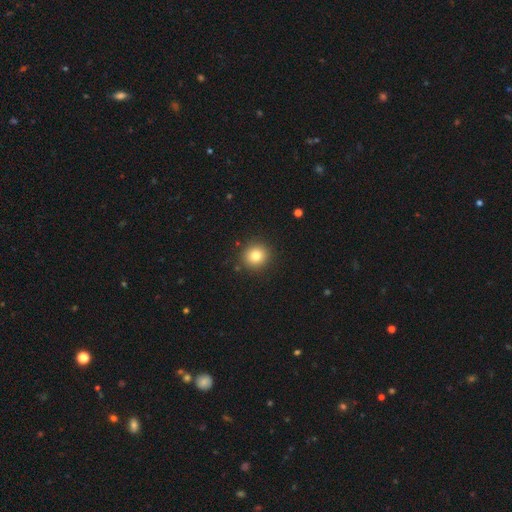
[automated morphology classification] Smooth or featured?
  - smooth: 80% *
  - star or artifact: 12%
  - featured or disk: 8%
How rounded?
  - round: 91% *
  - in between: 8%
  - cigar-shaped: 1%
Merging?
  - none: 90% *
  - minor disturbance: 6%
  - major disturbance: 2%
  - merger: 1%